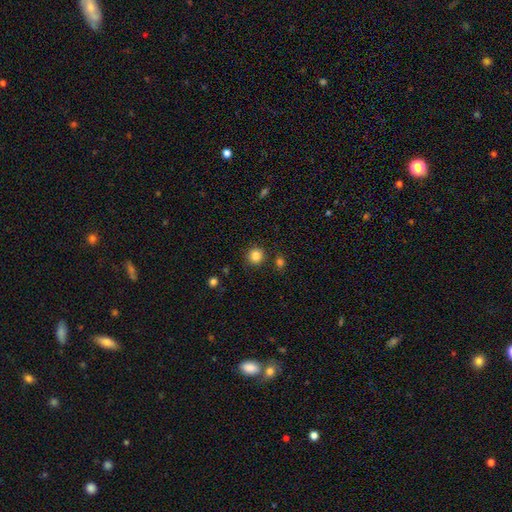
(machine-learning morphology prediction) Overall: smooth (84%). How rounded: round (93%). Merging: none (88%).